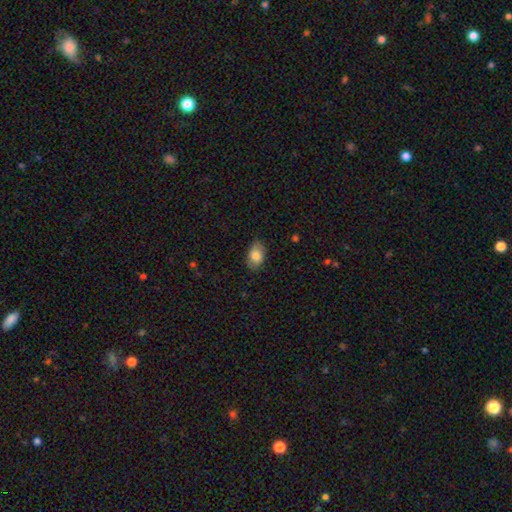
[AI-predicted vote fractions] Smooth or featured: smooth — 81% (featured or disk — 11%)
How rounded: in between — 91% (round — 7%)
Merging: none — 81% (minor disturbance — 15%)